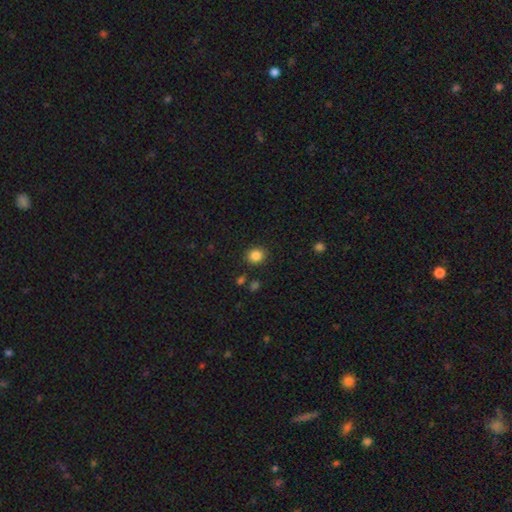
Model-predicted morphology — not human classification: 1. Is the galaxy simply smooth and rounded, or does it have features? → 85% smooth, 11% star or artifact, 4% featured or disk.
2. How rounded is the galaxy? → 75% round, 24% in between, 1% cigar-shaped.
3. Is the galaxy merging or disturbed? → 87% none, 8% minor disturbance, 3% major disturbance, 2% merger.